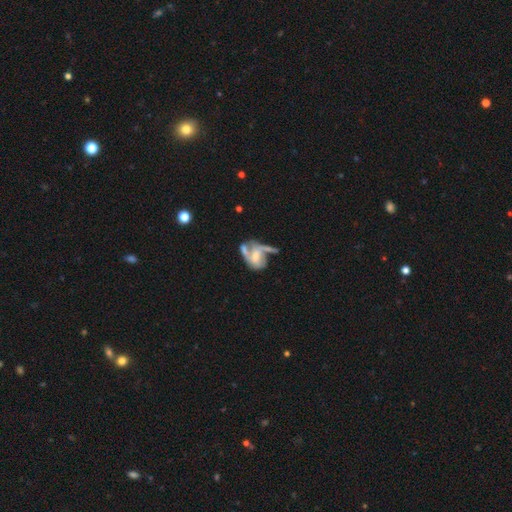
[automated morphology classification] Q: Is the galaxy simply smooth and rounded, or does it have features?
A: featured or disk — 68%.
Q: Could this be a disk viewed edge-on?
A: no — 96%.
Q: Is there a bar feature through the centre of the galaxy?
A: no — 50%.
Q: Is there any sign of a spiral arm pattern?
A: yes — 66%.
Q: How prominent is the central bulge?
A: small — 40%.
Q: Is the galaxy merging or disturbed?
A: merger — 32%.